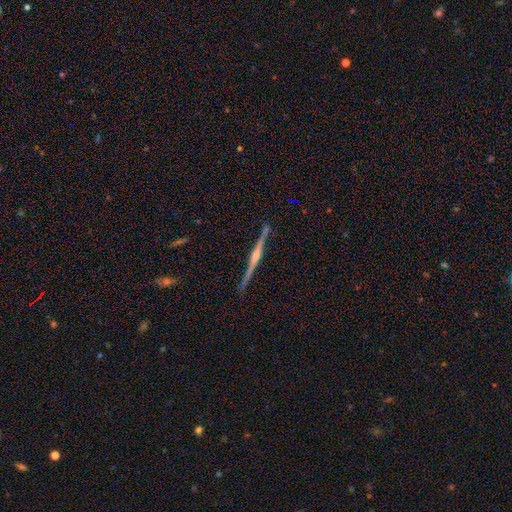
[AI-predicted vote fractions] This is clearly a featured or disk galaxy (85%). It is clearly viewed edge-on (99%). Edge-on bulge: clearly rounded (82%). Merging: clearly none (89%).